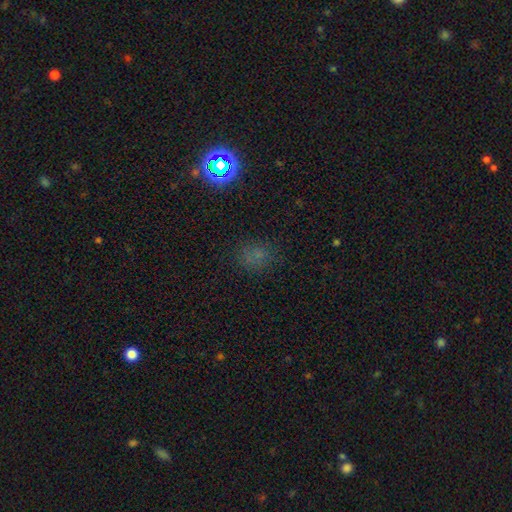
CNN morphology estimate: Overall: smooth (54%; star or artifact 37%). How rounded: round (67%; in between 32%). Merging: none (76%).